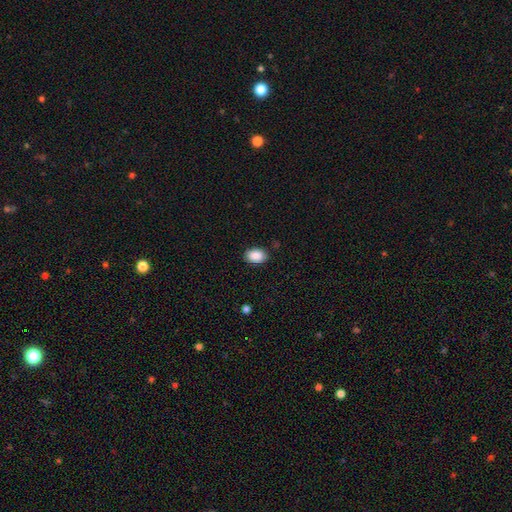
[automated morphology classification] smooth_or_featured: smooth (p=0.89) [alt: star or artifact p=0.07]
how_rounded: in between (p=0.86) [alt: round p=0.13]
merging: none (p=0.87) [alt: minor disturbance p=0.10]